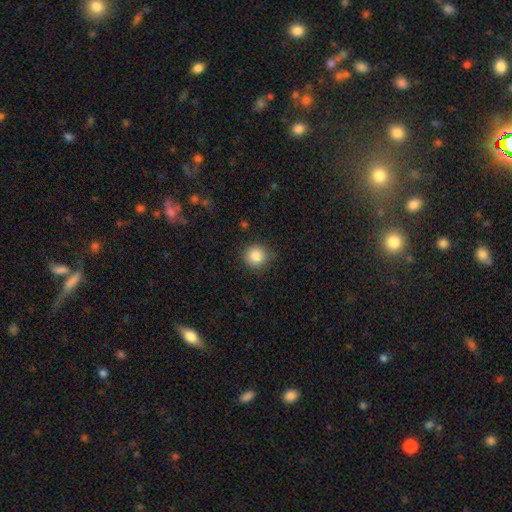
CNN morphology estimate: This appears to be a smooth galaxy with no disk features (86%) that is round (93%). Merging: none (85%).